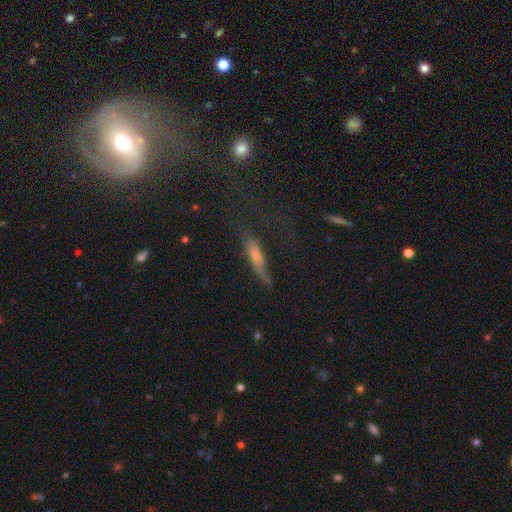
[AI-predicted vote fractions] smooth-or-featured: smooth: 56% | featured or disk: 31% | star or artifact: 13%
  how-rounded: cigar-shaped: 75% | in between: 21% | round: 4%
  merging: none: 45% | minor disturbance: 27% | major disturbance: 24% | merger: 4%